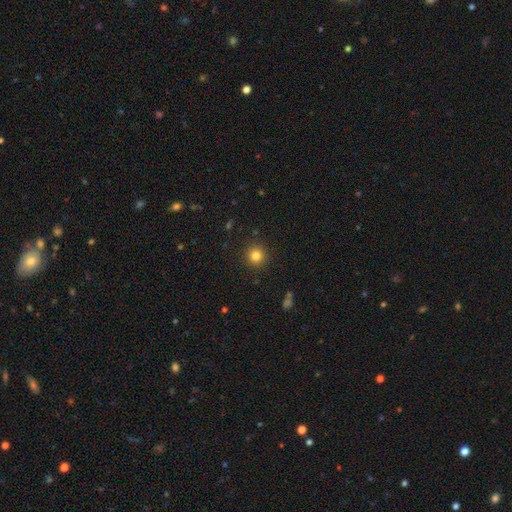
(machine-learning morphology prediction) This is clearly a smooth galaxy (82%). How rounded: clearly round (94%). Merging: clearly none (91%).